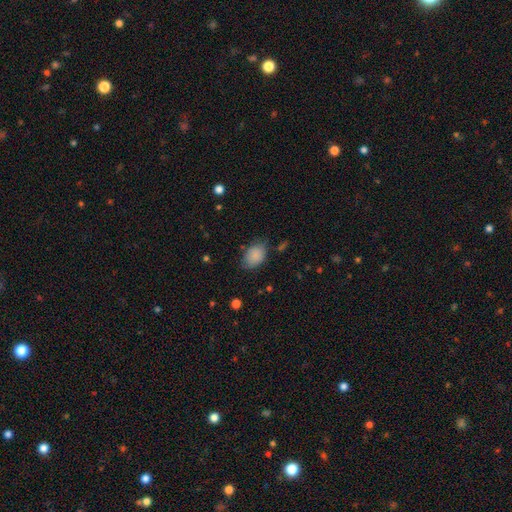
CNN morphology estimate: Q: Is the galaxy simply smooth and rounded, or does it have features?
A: smooth — 86%.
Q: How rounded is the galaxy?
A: in between — 79%.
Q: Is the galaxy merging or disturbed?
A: none — 69%.